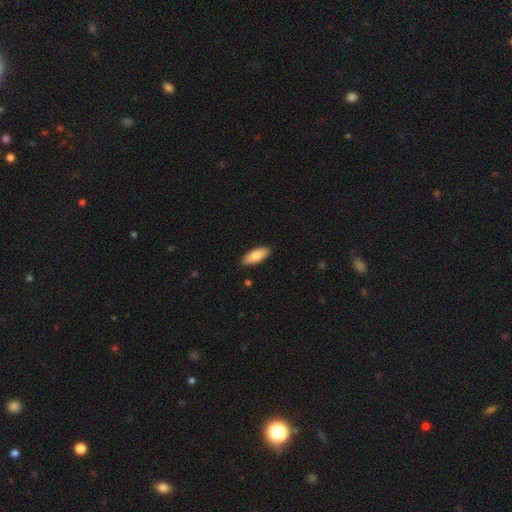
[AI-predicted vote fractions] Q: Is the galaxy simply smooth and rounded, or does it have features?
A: smooth — 79%.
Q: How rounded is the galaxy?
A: in between — 76%.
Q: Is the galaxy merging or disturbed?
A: none — 89%.